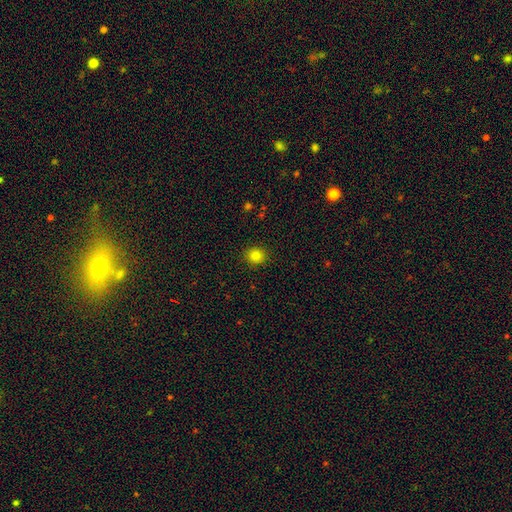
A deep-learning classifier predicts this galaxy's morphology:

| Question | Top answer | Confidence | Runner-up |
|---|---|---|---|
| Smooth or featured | smooth | 82% | star or artifact (13%) |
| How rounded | round | 86% | in between (13%) |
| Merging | none | 91% | minor disturbance (6%) |